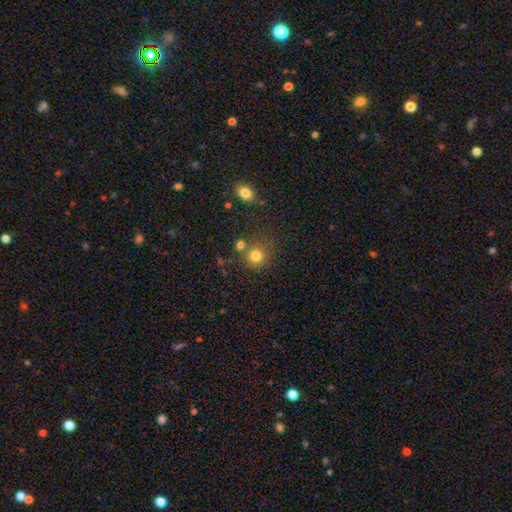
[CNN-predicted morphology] Smooth or featured?
  - smooth: 79% *
  - star or artifact: 13%
  - featured or disk: 8%
How rounded?
  - round: 87% *
  - in between: 12%
  - cigar-shaped: 1%
Merging?
  - none: 66% *
  - merger: 19%
  - minor disturbance: 11%
  - major disturbance: 5%